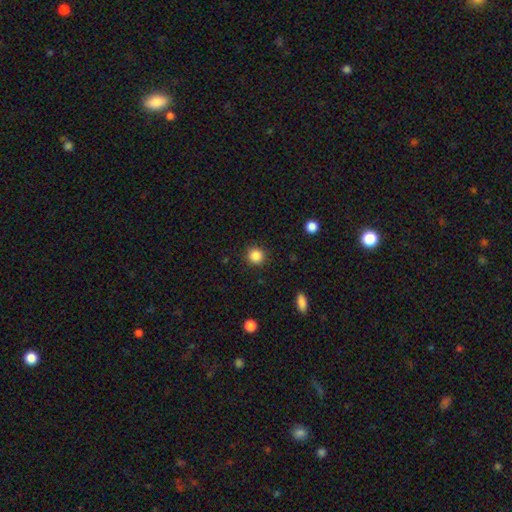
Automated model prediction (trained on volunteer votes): smooth-or-featured: smooth: 86% | star or artifact: 11% | featured or disk: 3%
  how-rounded: round: 93% | in between: 6% | cigar-shaped: 1%
  merging: none: 91% | minor disturbance: 6% | major disturbance: 2% | merger: 1%